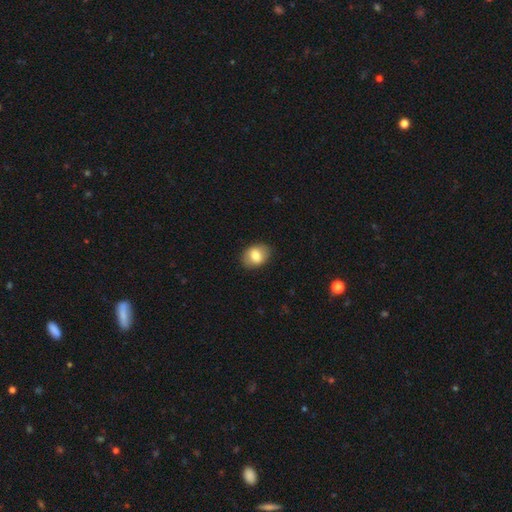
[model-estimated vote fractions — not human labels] This appears to be a smooth galaxy with no disk features (77%) that is in between round and cigar-shaped (67%). Merging: none (86%).